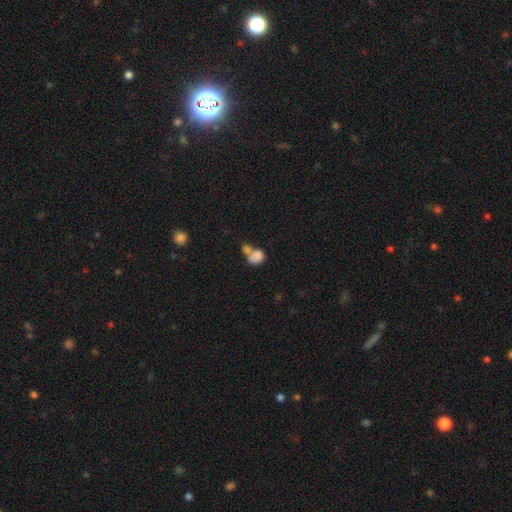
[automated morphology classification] A smooth galaxy with no disk features (77%) that is round (55%).

Vote fractions:
- Smooth or featured? smooth: 77% / featured or disk: 14% / star or artifact: 9%
- How rounded? round: 55% / in between: 43% / cigar-shaped: 1%
- Merging? merger: 62% / none: 21% / minor disturbance: 9% / major disturbance: 7%